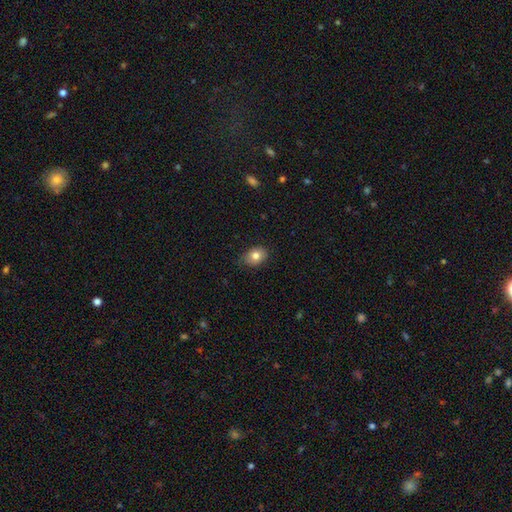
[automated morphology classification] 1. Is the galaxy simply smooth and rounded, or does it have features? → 80% smooth, 11% featured or disk, 9% star or artifact.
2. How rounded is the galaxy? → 70% in between, 29% round, 1% cigar-shaped.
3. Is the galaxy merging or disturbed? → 77% none, 19% minor disturbance, 3% major disturbance, 1% merger.